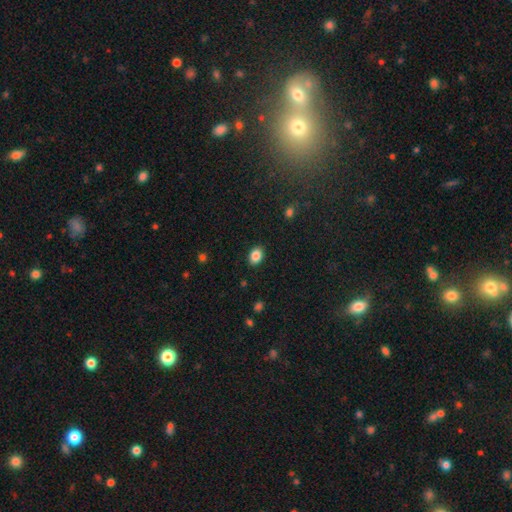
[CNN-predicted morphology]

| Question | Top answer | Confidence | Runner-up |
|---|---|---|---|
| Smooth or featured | smooth | 87% | star or artifact (8%) |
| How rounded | in between | 78% | round (21%) |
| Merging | none | 88% | minor disturbance (8%) |